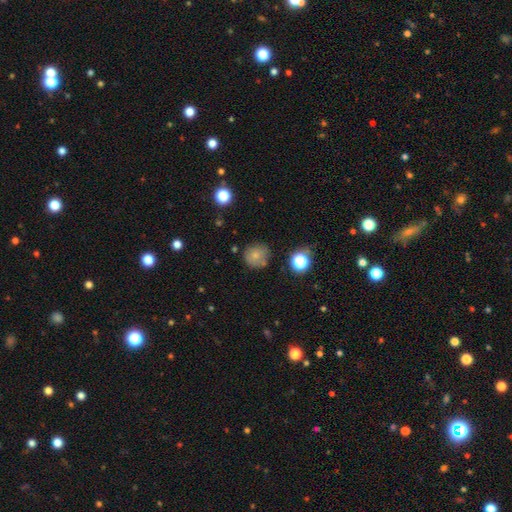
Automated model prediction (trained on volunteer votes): Overall: smooth (73%). How rounded: round (89%). Merging: none (70%).